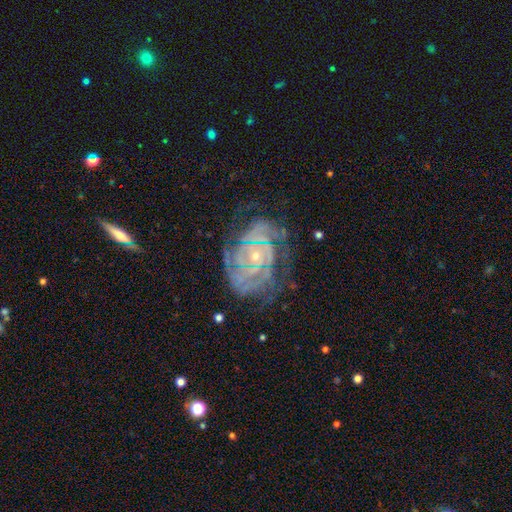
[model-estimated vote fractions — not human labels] This appears to be a featured or disk galaxy (86%) with no bar (71%), tight (76%) spiral arms (96%) and a small central bulge (75%). Merging: none (65%).